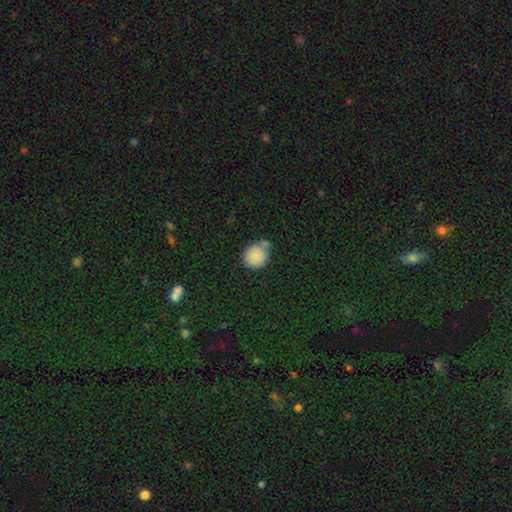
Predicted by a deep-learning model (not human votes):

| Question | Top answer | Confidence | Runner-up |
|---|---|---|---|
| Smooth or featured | smooth | 86% | star or artifact (9%) |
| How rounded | round | 87% | in between (12%) |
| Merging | none | 51% | merger (23%) |